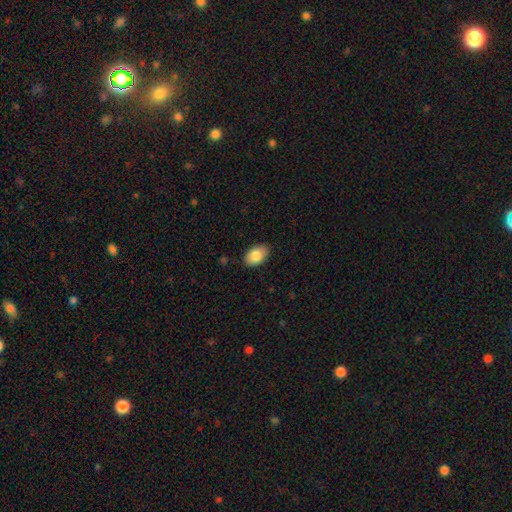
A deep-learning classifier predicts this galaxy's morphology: smooth-or-featured: smooth: 84% | featured or disk: 9% | star or artifact: 7%
  how-rounded: in between: 90% | round: 9% | cigar-shaped: 1%
  merging: none: 86% | minor disturbance: 11% | major disturbance: 2% | merger: 1%